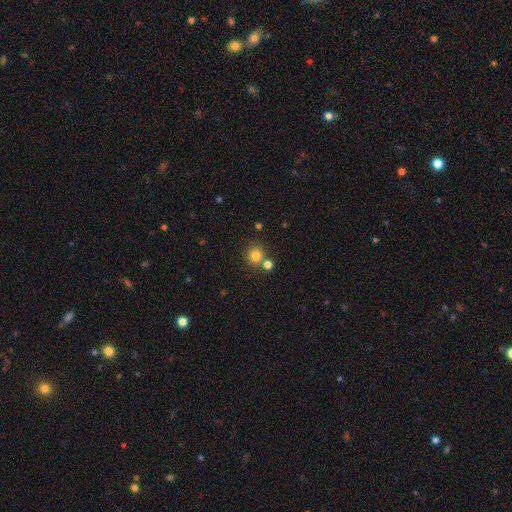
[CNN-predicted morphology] This appears to be a smooth galaxy with no disk features (80%) that is round (91%). Merging: none (71%).